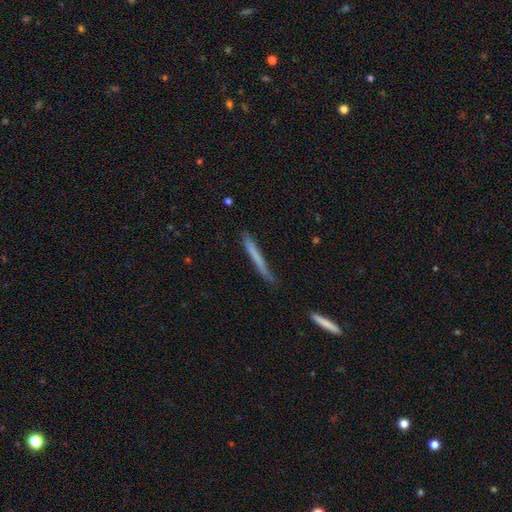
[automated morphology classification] Smooth or featured? Predicted: smooth (p=0.65). How rounded? Predicted: cigar-shaped (p=0.97). Merging? Predicted: none (p=0.76).